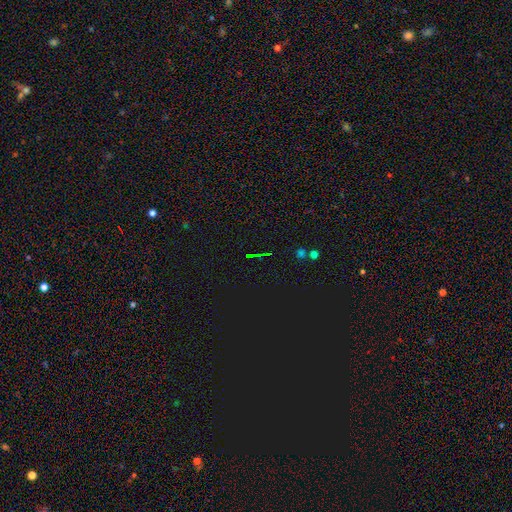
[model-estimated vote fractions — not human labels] Smooth or featured? star or artifact (75%)